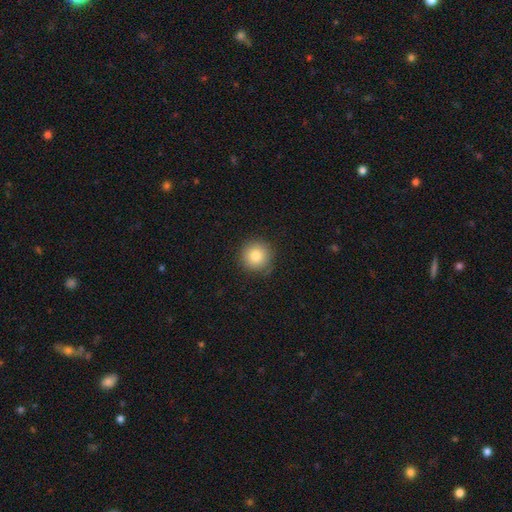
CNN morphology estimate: This appears to be a smooth galaxy with no disk features (82%) that is round (95%). Merging: none (86%).